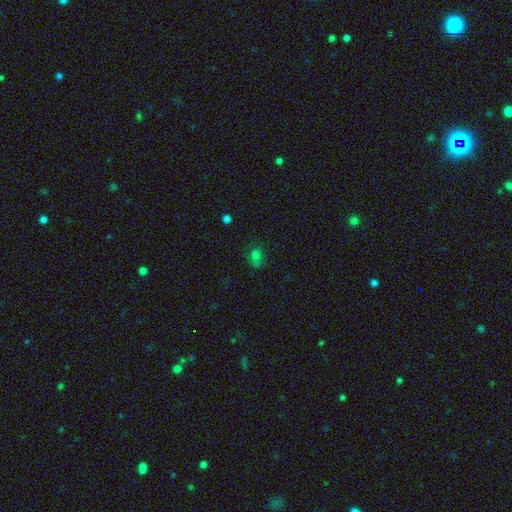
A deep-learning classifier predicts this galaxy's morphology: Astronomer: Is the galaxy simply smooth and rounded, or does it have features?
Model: smooth — 72%.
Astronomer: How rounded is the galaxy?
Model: in between — 52% (runner-up: round, 47%).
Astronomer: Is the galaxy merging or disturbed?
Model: none — 65%.